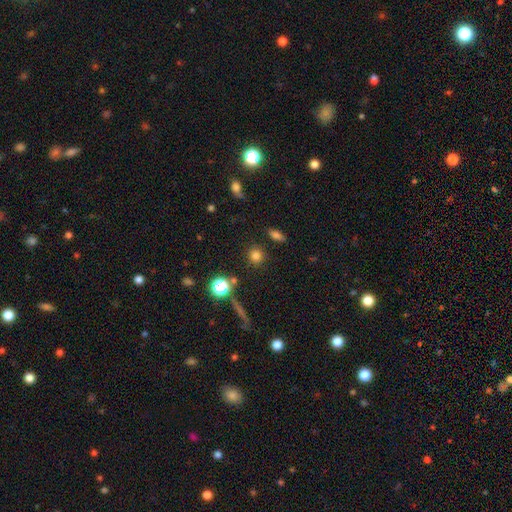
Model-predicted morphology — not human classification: This is likely a smooth galaxy (78%). How rounded: clearly round (88%). Merging: clearly none (88%).